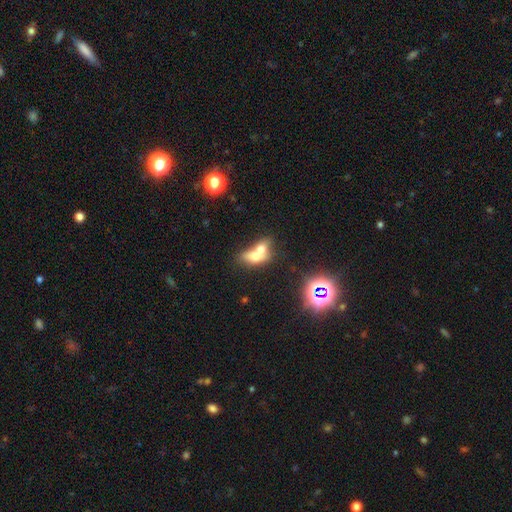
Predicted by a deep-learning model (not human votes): This is likely a smooth galaxy (63%). How rounded: likely in between (70%). Merging: likely merger (74%).